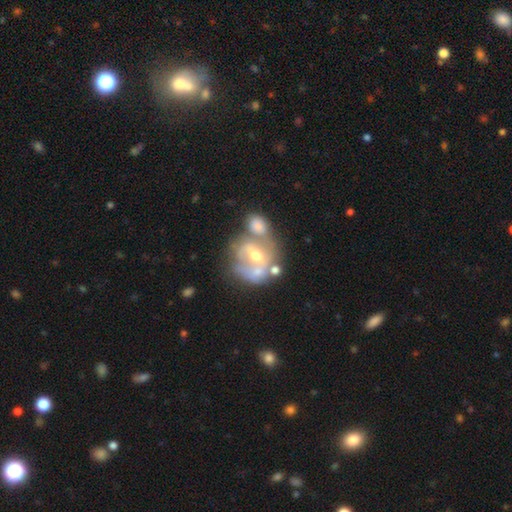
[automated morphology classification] Overall: featured or disk (67%). Edge-on disk: no (97%). Bar: no (56%; weak 29%). Spiral arms: no (59%; yes 41%). Bulge size: moderate (63%; small 29%). Merging: merger (49%; none 26%).